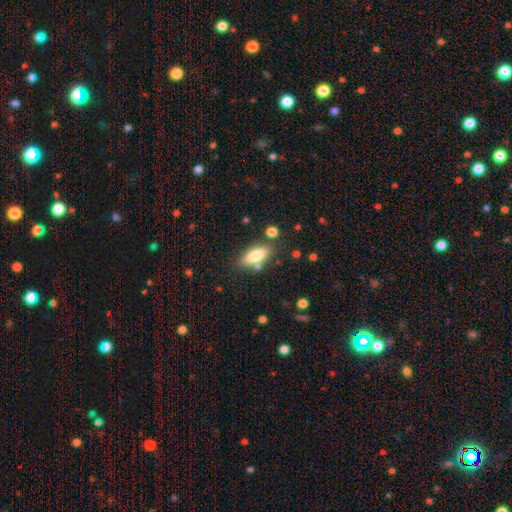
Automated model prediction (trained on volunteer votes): This appears to be a smooth galaxy with no disk features (76%) that is in between round and cigar-shaped (73%). Merging: none (74%).